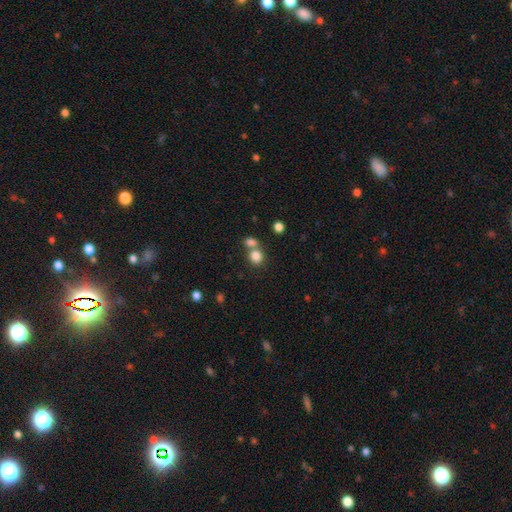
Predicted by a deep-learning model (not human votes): Smooth or featured? smooth (82%)
How rounded? round (76%)
Merging? none (49%)